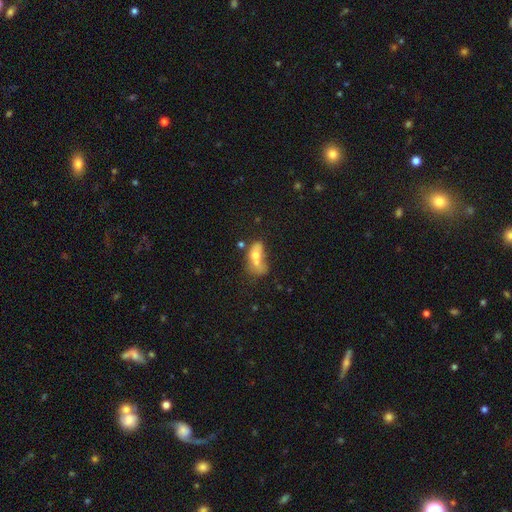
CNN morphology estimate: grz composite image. It shows a smooth galaxy with no disk features (57%) that is in between round and cigar-shaped (79%). Merging: merger (43%).